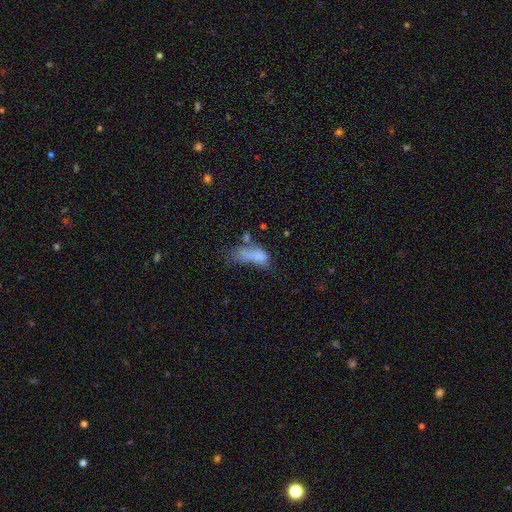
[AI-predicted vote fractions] A smooth galaxy with no disk features (62%) that is in between round and cigar-shaped (78%).

Vote fractions:
- Smooth or featured? smooth: 62% / featured or disk: 25% / star or artifact: 13%
- How rounded? in between: 78% / cigar-shaped: 17% / round: 6%
- Merging? major disturbance: 38% / merger: 28% / minor disturbance: 18% / none: 17%